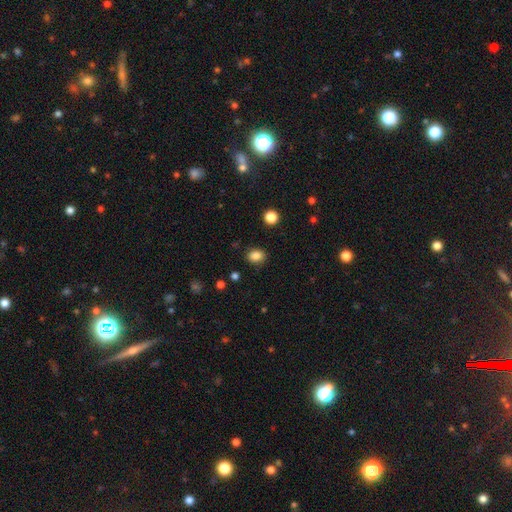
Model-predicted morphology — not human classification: A smooth galaxy with no disk features (85%) that is in between round and cigar-shaped (57%).

Vote fractions:
- Smooth or featured? smooth: 85% / star or artifact: 11% / featured or disk: 4%
- How rounded? in between: 57% / round: 42% / cigar-shaped: 1%
- Merging? none: 87% / minor disturbance: 9% / major disturbance: 3% / merger: 2%